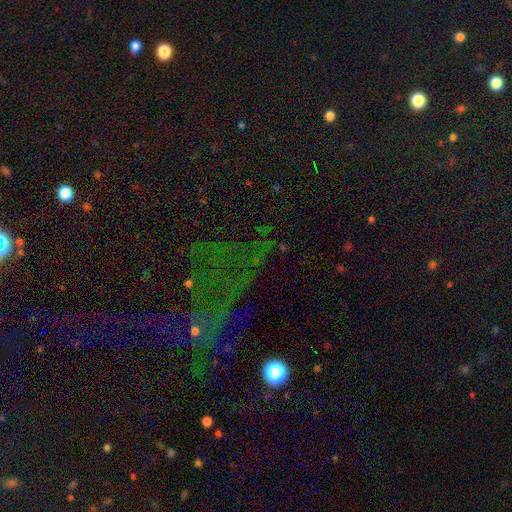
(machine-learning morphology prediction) The model was most divided on "smooth or featured": star or artifact: 76%, smooth: 13%, featured or disk: 11%.